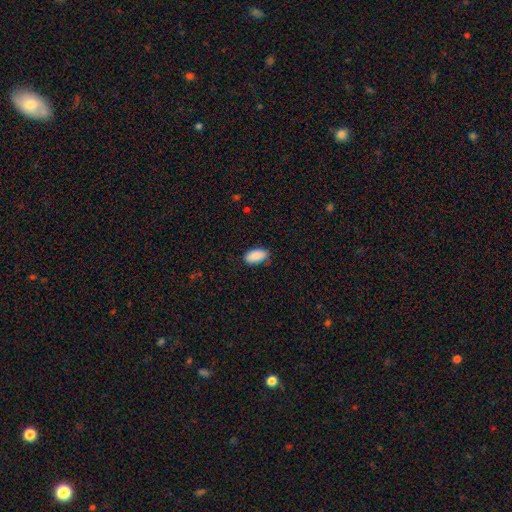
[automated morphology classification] A smooth galaxy with no disk features (89%) that is in between round and cigar-shaped (94%).

Vote fractions:
- Smooth or featured? smooth: 89% / star or artifact: 7% / featured or disk: 4%
- How rounded? in between: 94% / round: 3% / cigar-shaped: 2%
- Merging? none: 79% / minor disturbance: 16% / major disturbance: 3% / merger: 1%